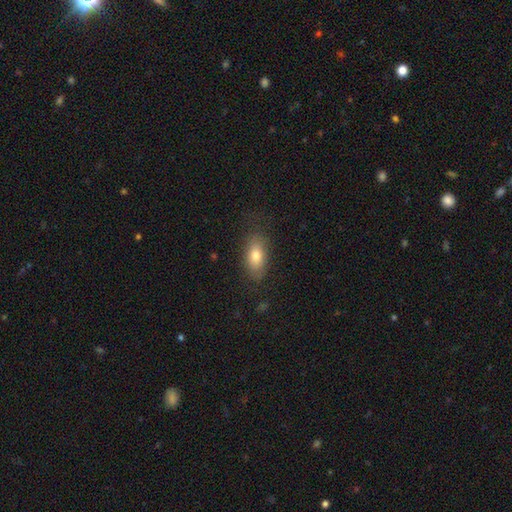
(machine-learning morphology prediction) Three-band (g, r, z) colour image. It shows a smooth galaxy with no disk features (78%) that is in between round and cigar-shaped (87%). Merging: none (78%).